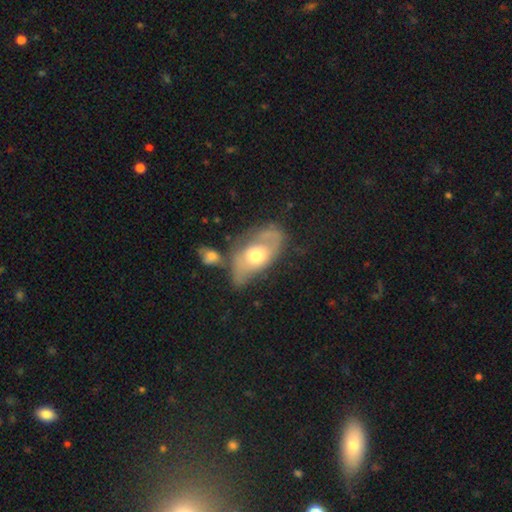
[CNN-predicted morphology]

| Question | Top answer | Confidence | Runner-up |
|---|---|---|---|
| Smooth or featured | featured or disk | 52% | smooth (41%) |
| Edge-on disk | no | 89% | yes (11%) |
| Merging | none | 37% | minor disturbance (25%) |